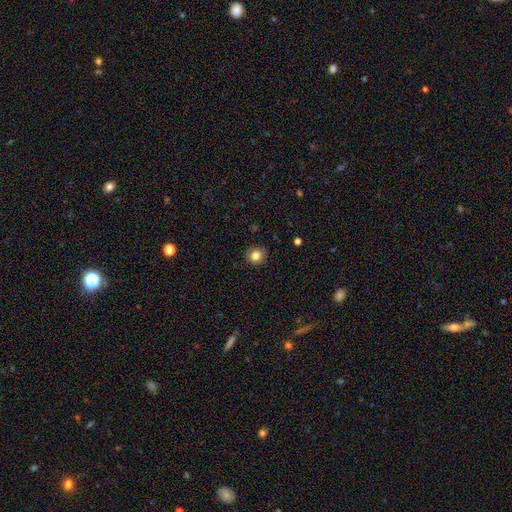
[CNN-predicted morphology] Q: Smooth or featured?
A: smooth (82%); runner-up: star or artifact (11%)
Q: How rounded?
A: round (86%); runner-up: in between (13%)
Q: Merging?
A: none (87%); runner-up: minor disturbance (10%)